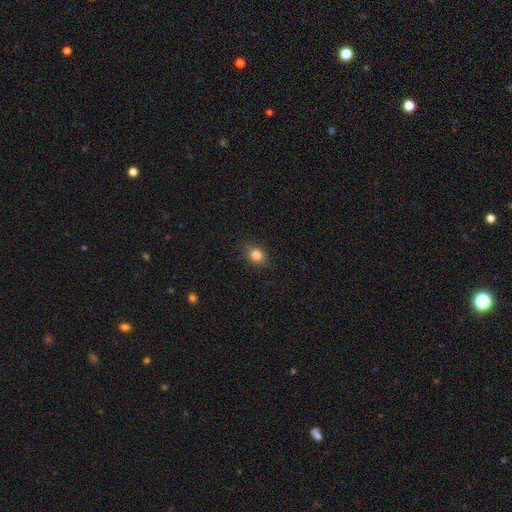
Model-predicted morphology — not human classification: smooth 82%, star or artifact 11%, featured or disk 7%. Down the decision tree: how rounded — in between (52%); merging — none (86%).